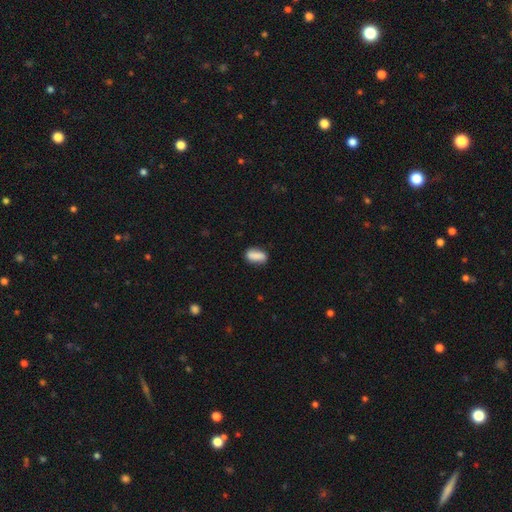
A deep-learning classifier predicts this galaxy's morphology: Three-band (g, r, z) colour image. It shows a smooth galaxy with no disk features (81%) that is in between round and cigar-shaped (80%). Merging: none (75%).